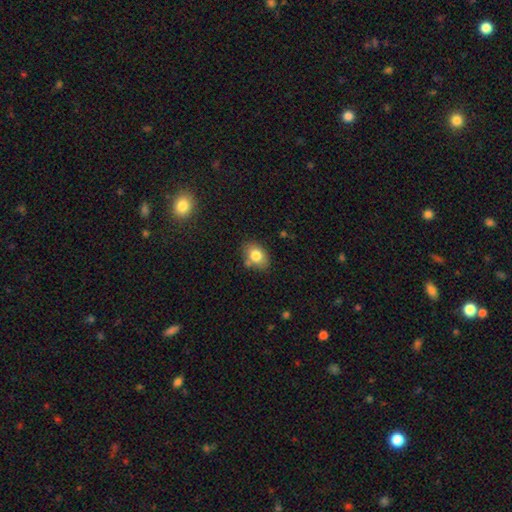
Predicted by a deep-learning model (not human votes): Morphology: type=smooth (79%); roundness=in between (74%); merging=none (72%).